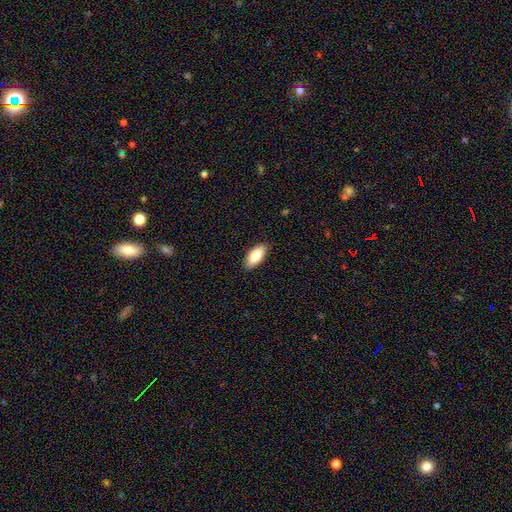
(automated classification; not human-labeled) smooth 81%, featured or disk 12%, star or artifact 6%. Down the decision tree: how rounded — in between (88%); merging — none (89%).